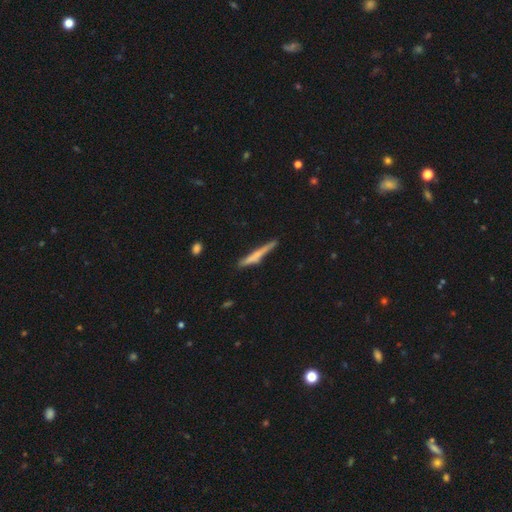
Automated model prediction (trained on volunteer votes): A smooth galaxy with no disk features (52%) that is cigar-shaped (95%).

Vote fractions:
- Smooth or featured? smooth: 52% / featured or disk: 42% / star or artifact: 6%
- How rounded? cigar-shaped: 95% / in between: 3% / round: 2%
- Merging? none: 78% / minor disturbance: 16% / merger: 3% / major disturbance: 3%